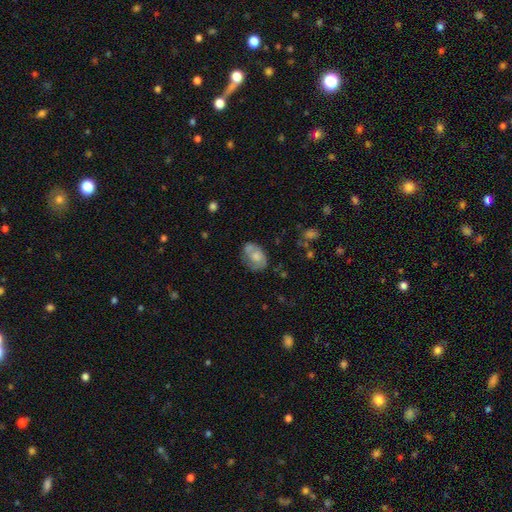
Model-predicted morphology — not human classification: Smooth or featured?
  - smooth: 50% *
  - featured or disk: 43%
  - star or artifact: 8%
Merging?
  - none: 52% *
  - minor disturbance: 27%
  - major disturbance: 12%
  - merger: 9%